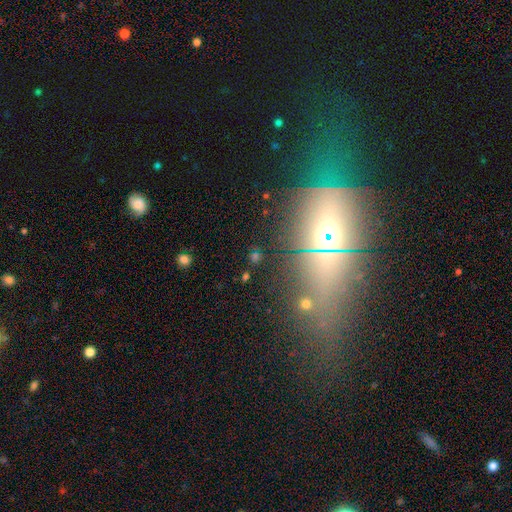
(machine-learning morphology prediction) smooth_or_featured: star or artifact (p=0.52) [alt: smooth p=0.36]